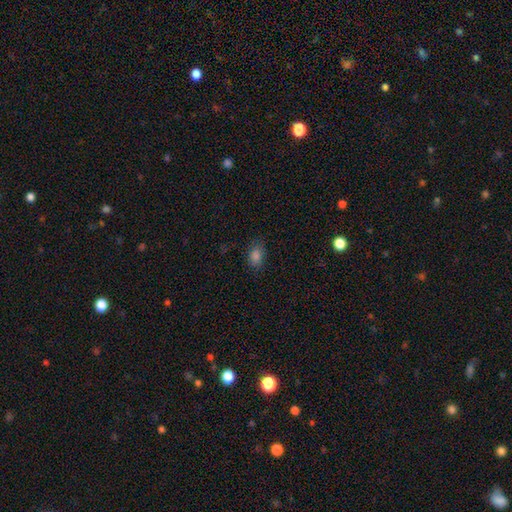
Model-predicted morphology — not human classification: This is likely a smooth galaxy (80%). How rounded: clearly in between (81%). Merging: clearly none (82%).